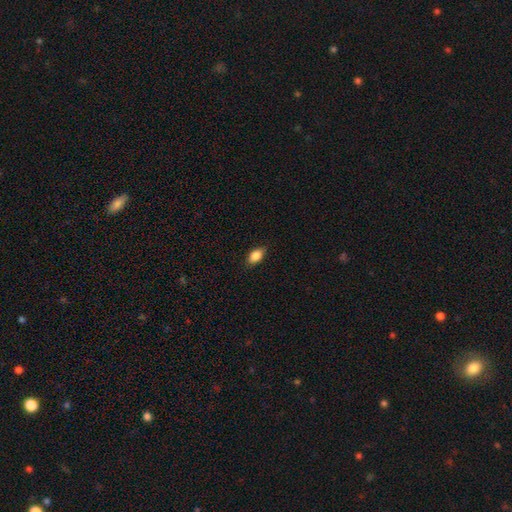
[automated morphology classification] smooth 86%, star or artifact 8%, featured or disk 6%. Down the decision tree: how rounded — in between (87%); merging — none (84%).